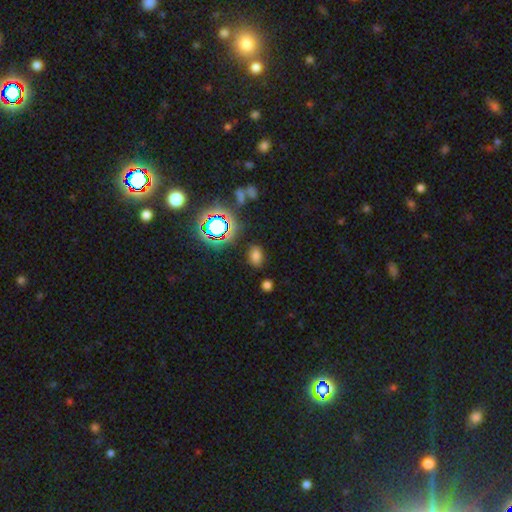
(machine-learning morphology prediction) Smooth or featured? Predicted: smooth (p=0.69). How rounded? Predicted: in between (p=0.80). Merging? Predicted: none (p=0.83).